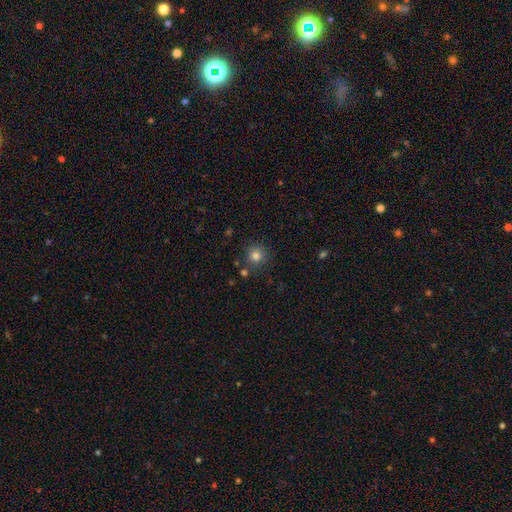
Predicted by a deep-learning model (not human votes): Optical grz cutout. It shows a smooth galaxy with no disk features (81%) that is round (92%). Merging: none (80%).